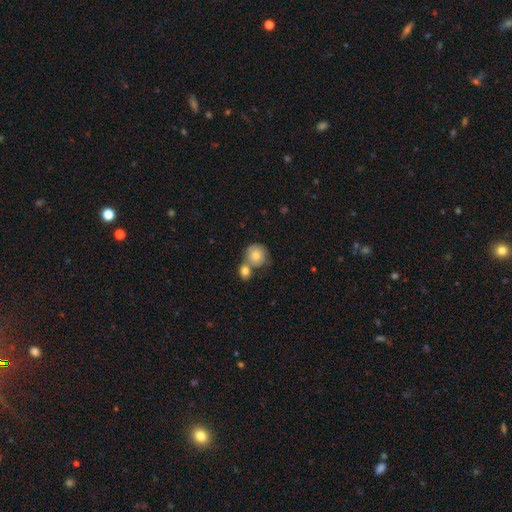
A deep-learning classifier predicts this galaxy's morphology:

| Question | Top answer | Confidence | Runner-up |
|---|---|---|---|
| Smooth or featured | smooth | 77% | featured or disk (16%) |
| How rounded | round | 87% | in between (12%) |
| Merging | merger | 45% | none (40%) |